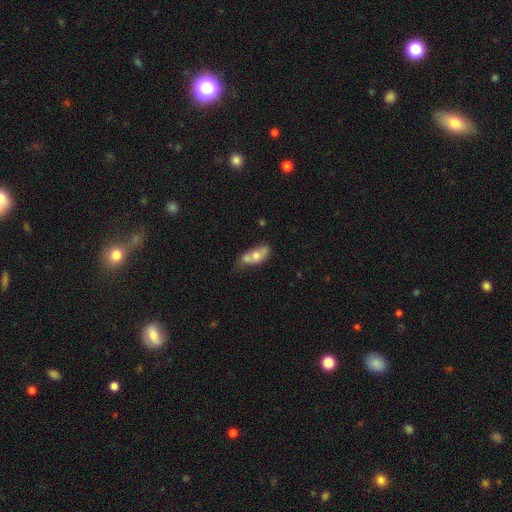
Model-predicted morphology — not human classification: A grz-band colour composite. It shows a smooth galaxy with no disk features (61%) that is in between round and cigar-shaped (78%). Merging: merger (44%).